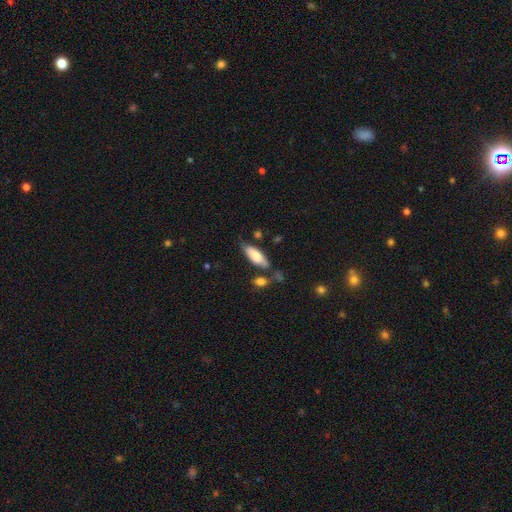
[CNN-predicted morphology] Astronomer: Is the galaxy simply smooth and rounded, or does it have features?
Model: smooth — 72%.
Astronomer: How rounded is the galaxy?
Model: in between — 70%.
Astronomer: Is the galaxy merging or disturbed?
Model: none — 62%.